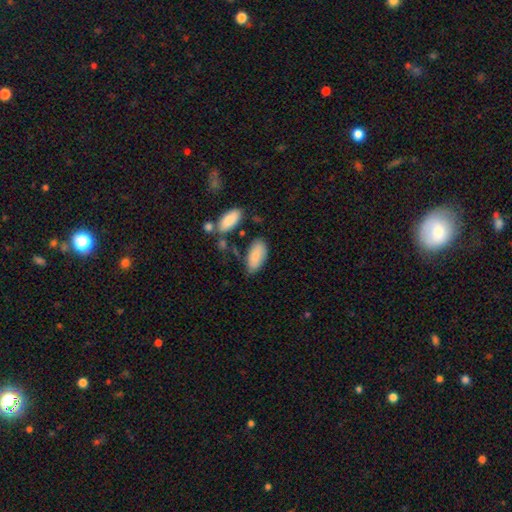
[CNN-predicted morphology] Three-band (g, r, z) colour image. It shows a smooth galaxy with no disk features (86%) that is in between round and cigar-shaped (91%). Merging: none (67%).